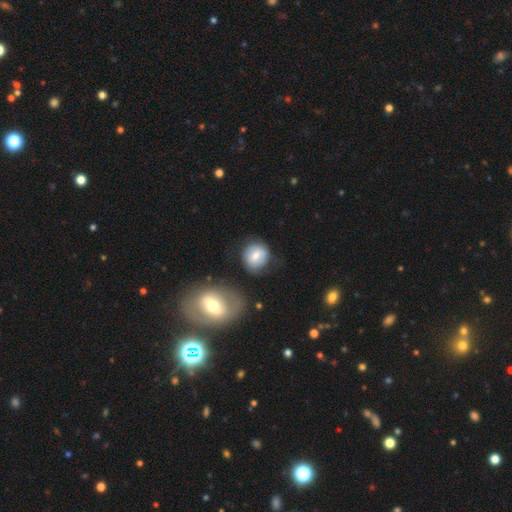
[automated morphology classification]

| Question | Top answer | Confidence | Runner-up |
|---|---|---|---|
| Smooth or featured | smooth | 67% | featured or disk (25%) |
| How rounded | round | 82% | in between (17%) |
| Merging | none | 73% | minor disturbance (15%) |